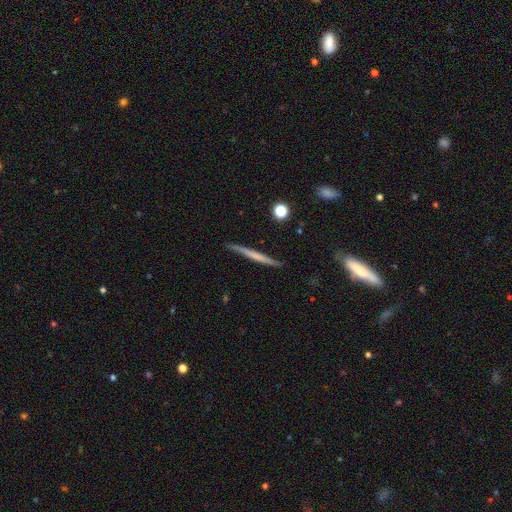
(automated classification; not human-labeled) Morphology: type=featured or disk (50%); merging=none (89%).